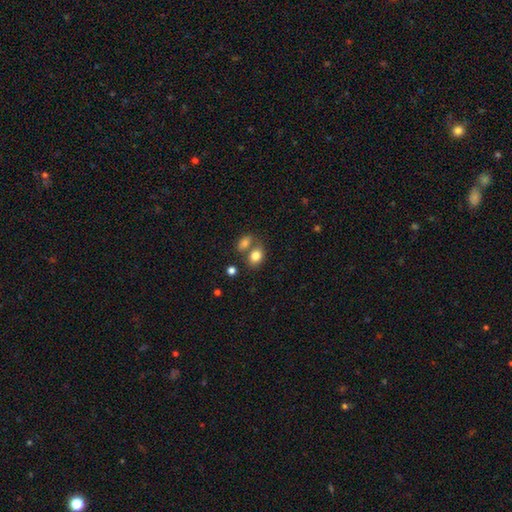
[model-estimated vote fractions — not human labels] Smooth or featured: smooth — 81% (featured or disk — 9%)
How rounded: in between — 70% (round — 29%)
Merging: none — 46% (merger — 38%)